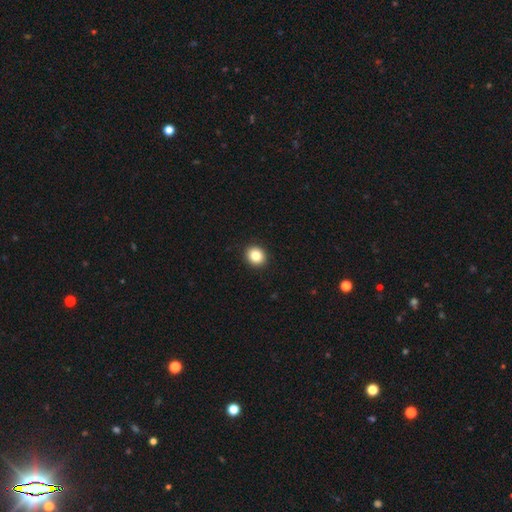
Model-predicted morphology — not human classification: Q: Smooth or featured?
A: smooth (85%); runner-up: star or artifact (9%)
Q: How rounded?
A: round (80%); runner-up: in between (19%)
Q: Merging?
A: none (93%); runner-up: minor disturbance (5%)